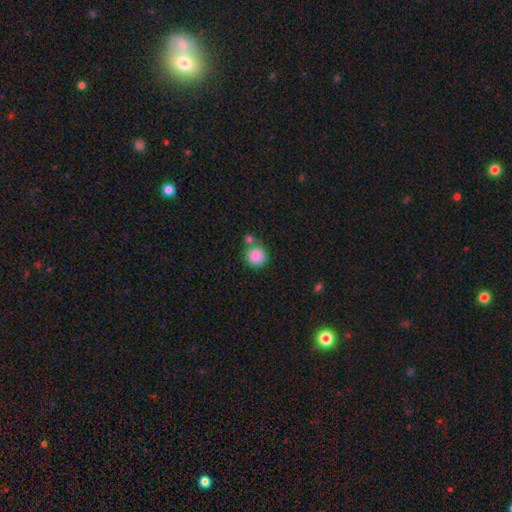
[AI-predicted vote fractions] smooth 86%, star or artifact 8%, featured or disk 6%. Down the decision tree: how rounded — round (88%); merging — none (55%).